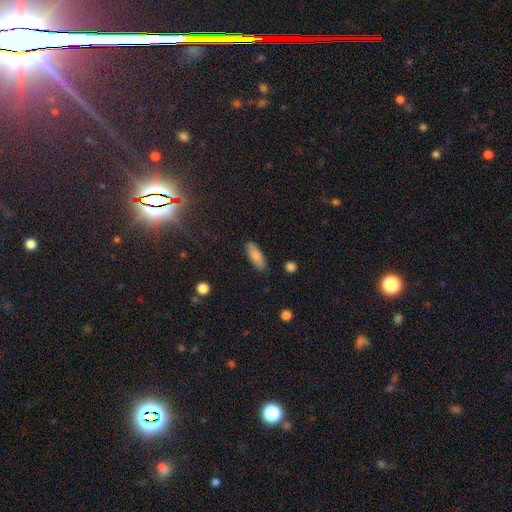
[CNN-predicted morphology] This appears to be a smooth galaxy with no disk features (83%) that is in between round and cigar-shaped (71%). Merging: none (86%).